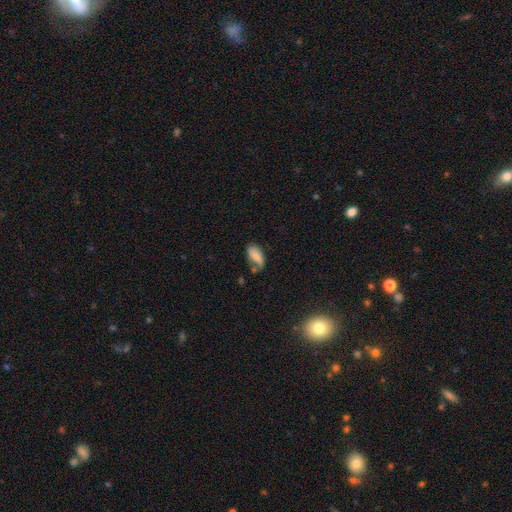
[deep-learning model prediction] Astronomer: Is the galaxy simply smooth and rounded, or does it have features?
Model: smooth — 77%.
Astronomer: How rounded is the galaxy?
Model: in between — 88%.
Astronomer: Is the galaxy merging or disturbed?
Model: none — 46% (runner-up: minor disturbance, 31%).